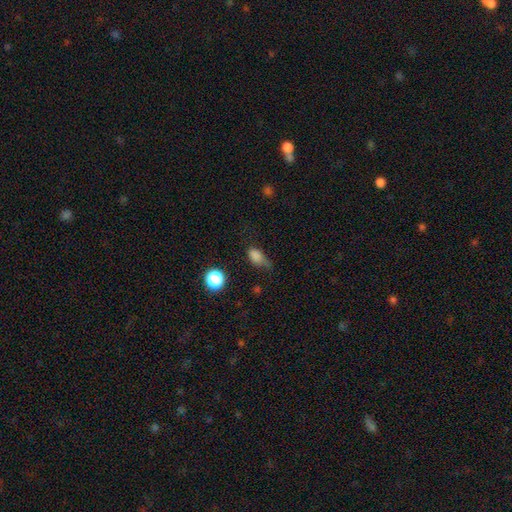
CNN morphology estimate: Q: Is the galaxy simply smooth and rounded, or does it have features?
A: smooth — 79%.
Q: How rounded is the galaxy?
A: in between — 78%.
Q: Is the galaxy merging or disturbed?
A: minor disturbance — 40%.